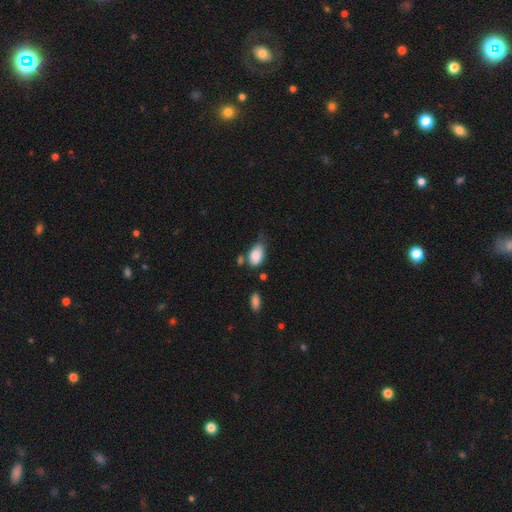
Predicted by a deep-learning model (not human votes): A smooth galaxy with no disk features (85%) that is in between round and cigar-shaped (89%).

Vote fractions:
- Smooth or featured? smooth: 85% / star or artifact: 8% / featured or disk: 8%
- How rounded? in between: 89% / round: 10% / cigar-shaped: 2%
- Merging? none: 43% / minor disturbance: 36% / merger: 11% / major disturbance: 10%